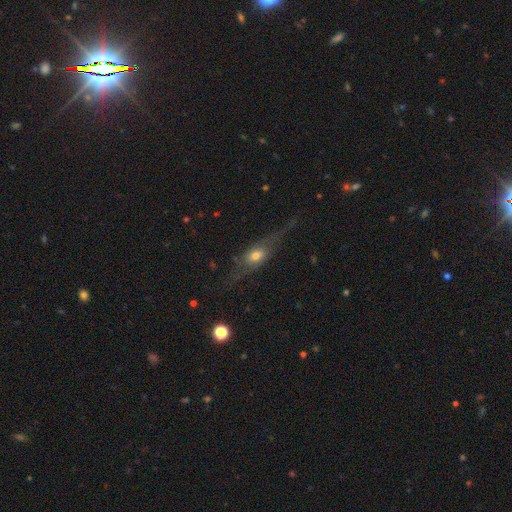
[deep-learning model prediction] Morphology: type=featured or disk (56%); edge-on=yes (68%); merging=none (58%).